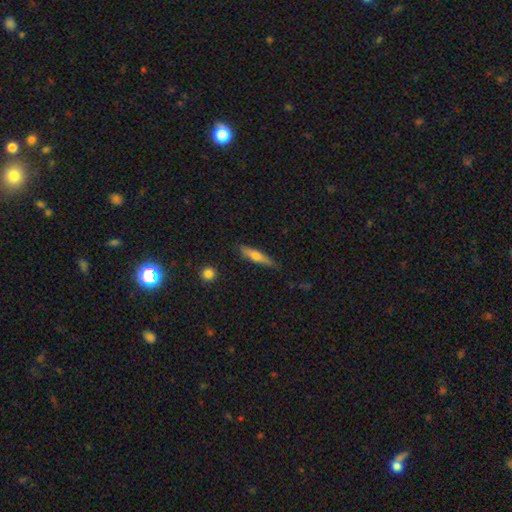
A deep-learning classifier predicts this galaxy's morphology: smooth_or_featured: smooth (p=0.55) [alt: featured or disk p=0.39]
how_rounded: cigar-shaped (p=0.81) [alt: in between p=0.17]
merging: none (p=0.82) [alt: minor disturbance p=0.14]